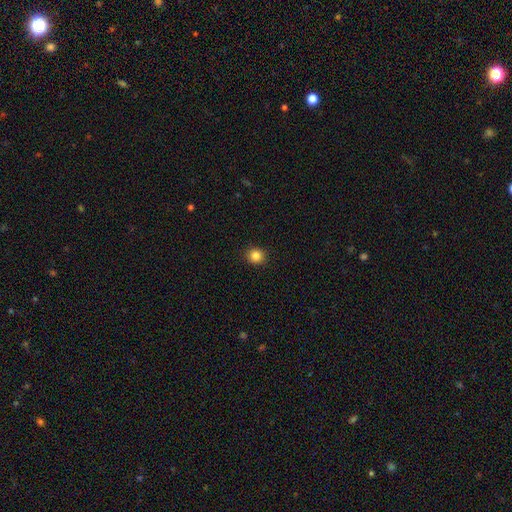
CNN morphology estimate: This appears to be a smooth galaxy with no disk features (85%) that is round (91%). Merging: none (92%).